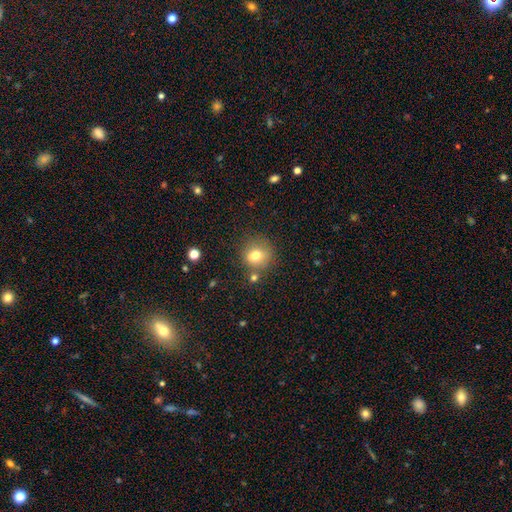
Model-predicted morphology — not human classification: Smooth or featured? Predicted: smooth (p=0.76). How rounded? Predicted: round (p=0.88). Merging? Predicted: none (p=0.74).